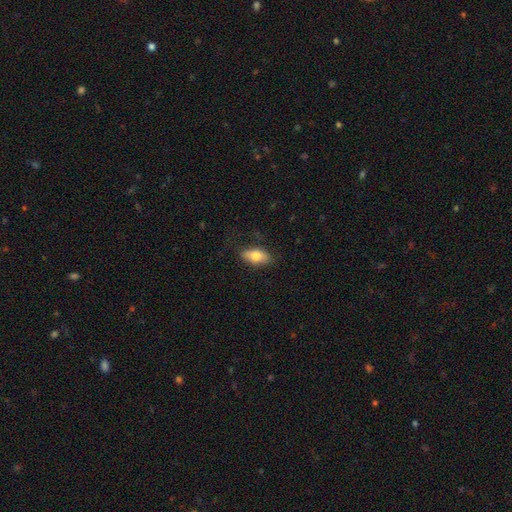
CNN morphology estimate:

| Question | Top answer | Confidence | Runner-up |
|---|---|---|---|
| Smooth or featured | smooth | 77% | featured or disk (16%) |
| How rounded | in between | 87% | cigar-shaped (9%) |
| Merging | none | 78% | minor disturbance (17%) |